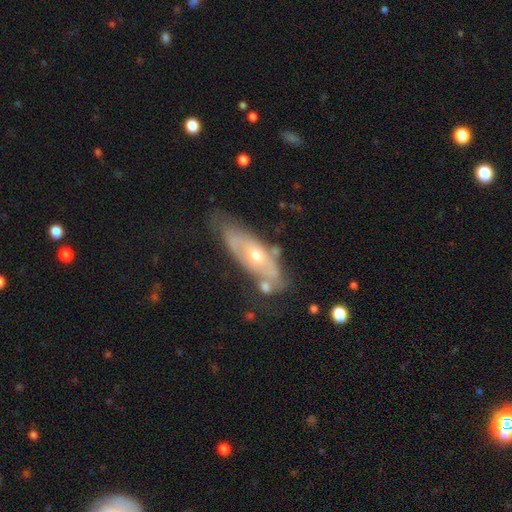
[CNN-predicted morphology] The model was most divided on "spiral arms": yes: 53%, no: 47%. More confident: edge-on disk — no (77%); bar — no (76%); smooth or featured — featured or disk (69%); merging — none (58%); bulge size — moderate (55%).